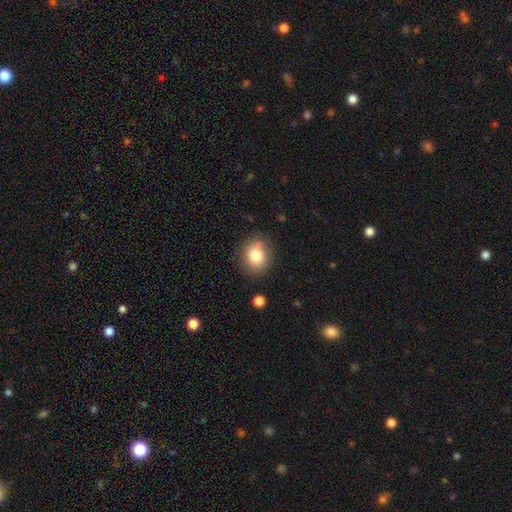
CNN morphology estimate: A smooth galaxy with no disk features (81%) that is round (60%).

Vote fractions:
- Smooth or featured? smooth: 81% / star or artifact: 10% / featured or disk: 9%
- How rounded? round: 60% / in between: 39% / cigar-shaped: 1%
- Merging? none: 80% / minor disturbance: 14% / major disturbance: 4% / merger: 3%